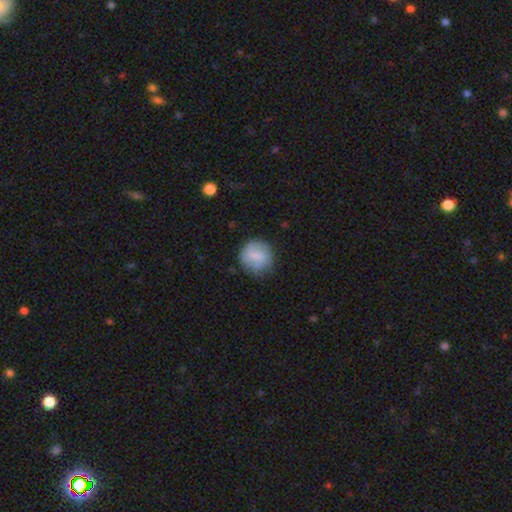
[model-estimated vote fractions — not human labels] A smooth galaxy with no disk features (76%) that is round (89%).

Vote fractions:
- Smooth or featured? smooth: 76% / featured or disk: 17% / star or artifact: 7%
- How rounded? round: 89% / in between: 10% / cigar-shaped: 1%
- Merging? none: 74% / minor disturbance: 18% / major disturbance: 6% / merger: 2%